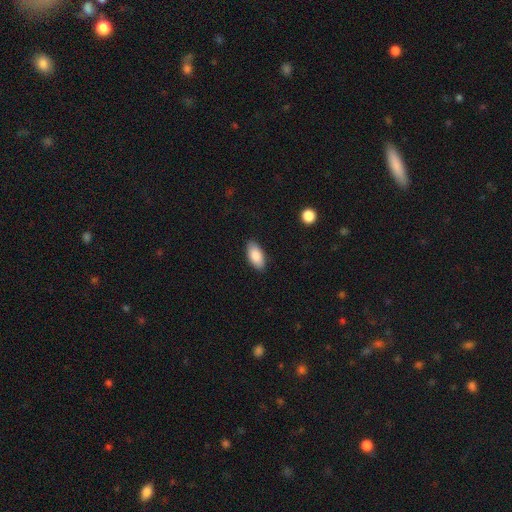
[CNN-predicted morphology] The model was most divided on "merging": none: 88%, minor disturbance: 9%, major disturbance: 2%, merger: 1%. More confident: how rounded — in between (93%); smooth or featured — smooth (86%).